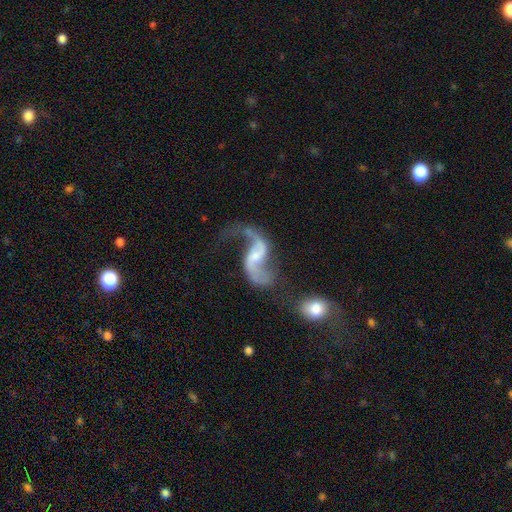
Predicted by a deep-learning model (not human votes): This appears to be a featured or disk galaxy (90%) with a weak bar (45%), 2 (92%) loose (84%) spiral arms (96%) and a small central bulge (53%). Merging: none (48%).